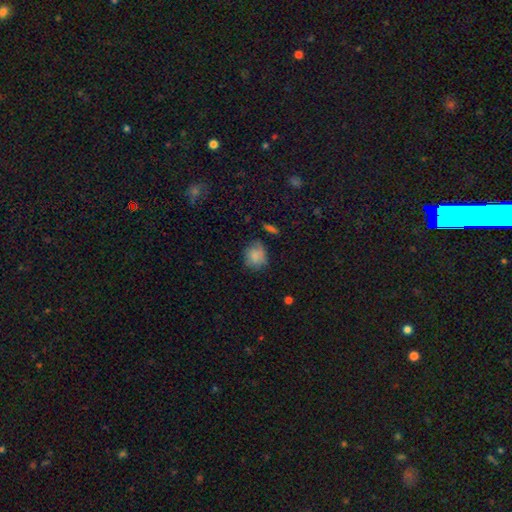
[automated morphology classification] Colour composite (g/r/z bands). It shows a smooth galaxy with no disk features (82%) that is round (74%). Merging: none (66%).